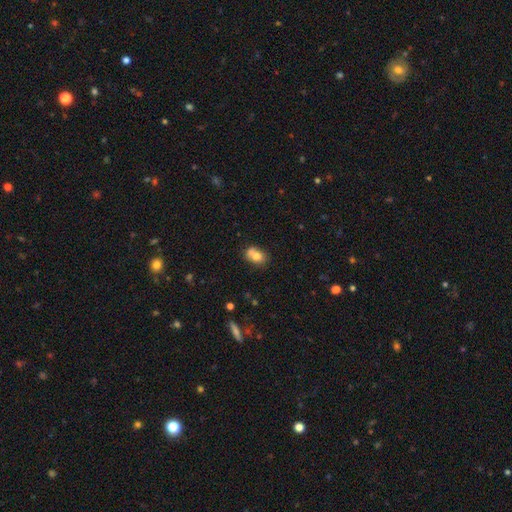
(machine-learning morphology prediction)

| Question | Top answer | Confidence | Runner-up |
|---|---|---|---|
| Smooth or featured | smooth | 74% | featured or disk (16%) |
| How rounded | in between | 63% | round (35%) |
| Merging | none | 45% | merger (32%) |